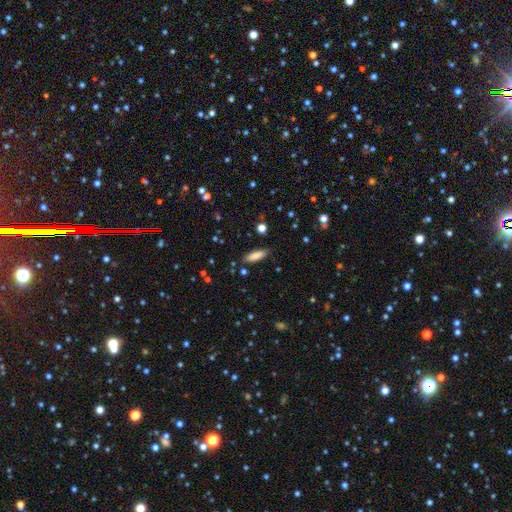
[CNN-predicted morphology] Smooth or featured? smooth (84%)
How rounded? in between (55%)
Merging? none (85%)